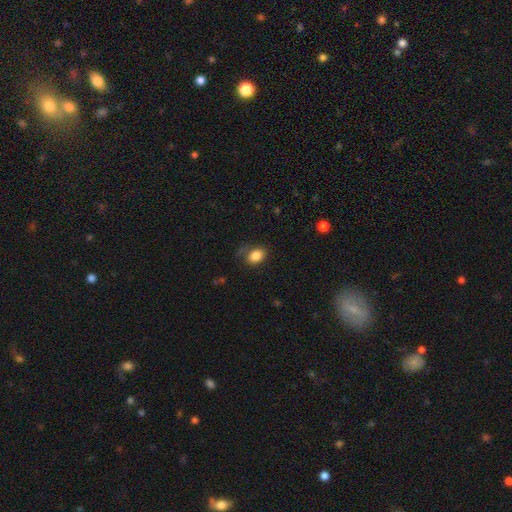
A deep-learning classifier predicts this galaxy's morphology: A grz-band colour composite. It shows a smooth galaxy with no disk features (84%) that is in between round and cigar-shaped (73%). Merging: none (66%).